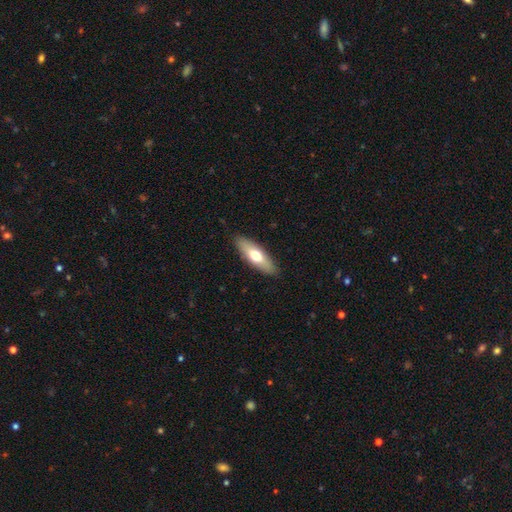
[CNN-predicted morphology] Smooth or featured: smooth — 63% (featured or disk — 31%)
How rounded: in between — 55% (cigar-shaped — 43%)
Merging: none — 88% (minor disturbance — 9%)